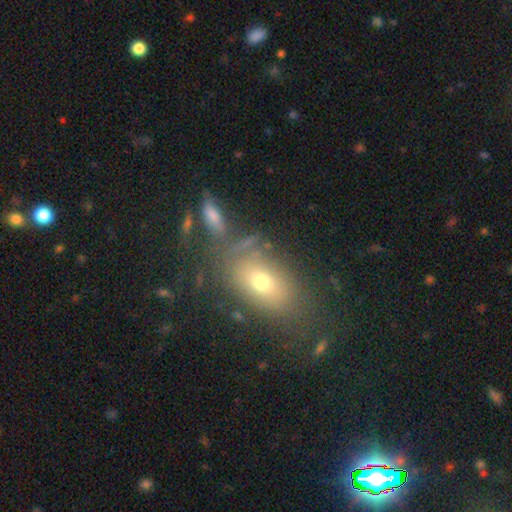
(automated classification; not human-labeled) smooth 61%, featured or disk 25%, star or artifact 14%. Down the decision tree: how rounded — in between (82%); merging — none (65%).